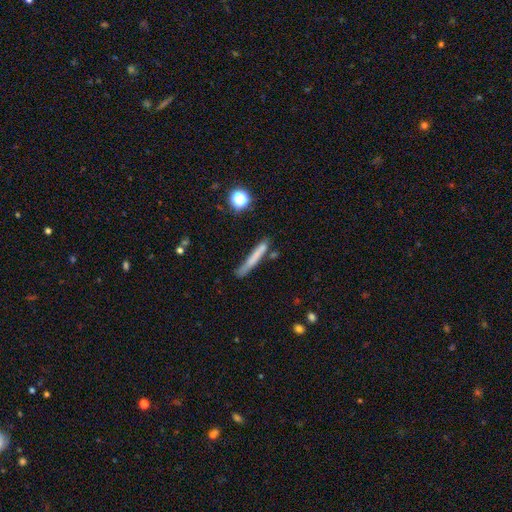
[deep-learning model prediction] Smooth or featured? Predicted: smooth (p=0.64). How rounded? Predicted: cigar-shaped (p=0.95). Merging? Predicted: none (p=0.70).